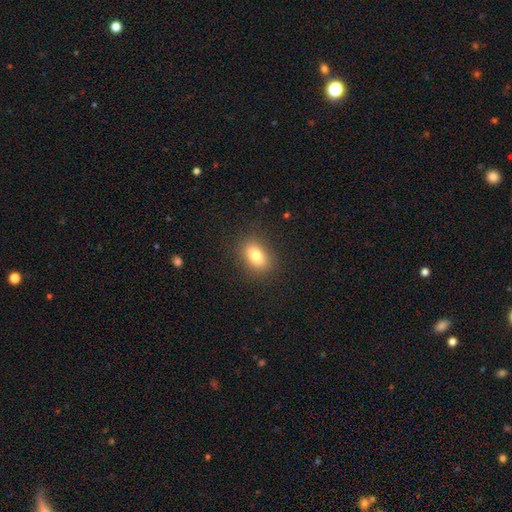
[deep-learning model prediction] The model was most divided on "how rounded": in between: 81%, round: 16%, cigar-shaped: 3%. More confident: merging — none (86%); smooth or featured — smooth (79%).